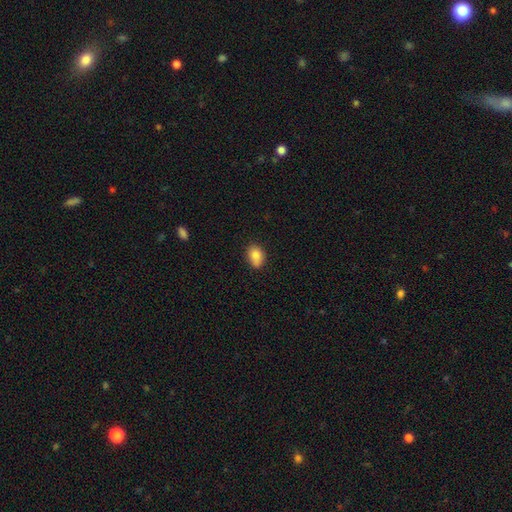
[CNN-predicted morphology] Smooth or featured?
  - smooth: 85% *
  - star or artifact: 9%
  - featured or disk: 6%
How rounded?
  - in between: 73% *
  - round: 26%
  - cigar-shaped: 1%
Merging?
  - none: 76% *
  - minor disturbance: 18%
  - major disturbance: 3%
  - merger: 2%